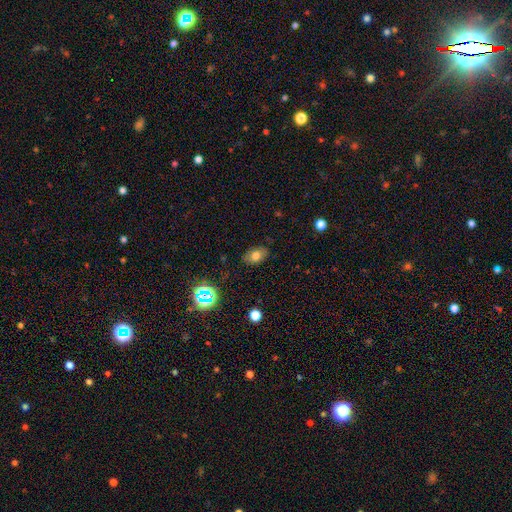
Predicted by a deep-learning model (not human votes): Smooth or featured? smooth (70%)
How rounded? in between (85%)
Merging? none (82%)